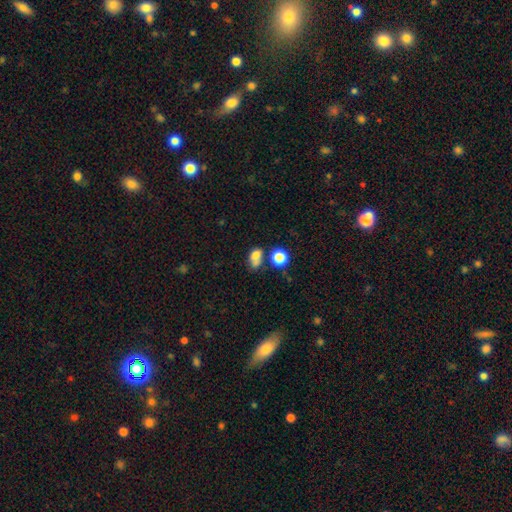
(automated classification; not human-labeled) A smooth galaxy with no disk features (73%) that is in between round and cigar-shaped (61%).

Vote fractions:
- Smooth or featured? smooth: 73% / star or artifact: 14% / featured or disk: 13%
- How rounded? in between: 61% / round: 38% / cigar-shaped: 2%
- Merging? merger: 39% / none: 37% / minor disturbance: 15% / major disturbance: 9%